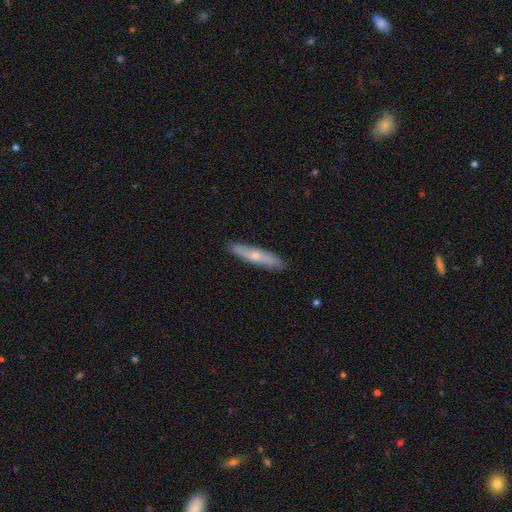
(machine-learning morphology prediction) smooth_or_featured: smooth (p=0.49) [alt: featured or disk p=0.44]
merging: none (p=0.88) [alt: minor disturbance p=0.09]